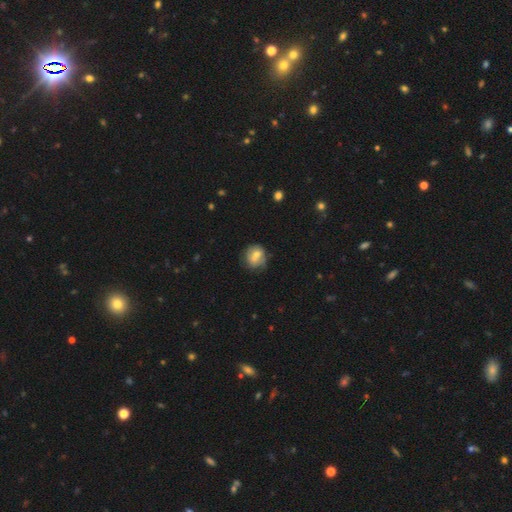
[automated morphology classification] smooth-or-featured: smooth: 64% | featured or disk: 27% | star or artifact: 9%
  how-rounded: round: 73% | in between: 26% | cigar-shaped: 1%
  merging: none: 54% | minor disturbance: 24% | merger: 14% | major disturbance: 8%